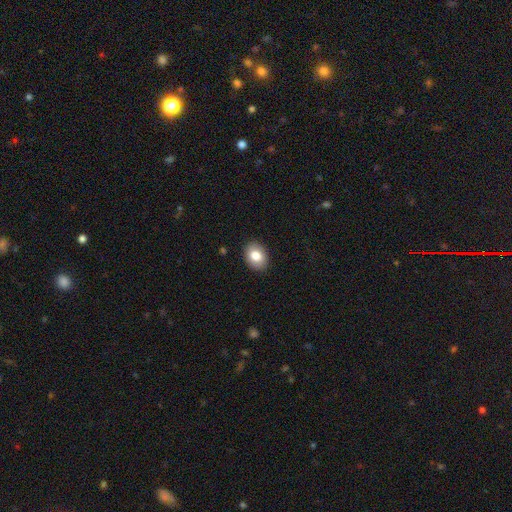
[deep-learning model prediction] The model was most divided on "how rounded": in between: 67%, round: 32%, cigar-shaped: 1%. More confident: merging — none (89%); smooth or featured — smooth (81%).